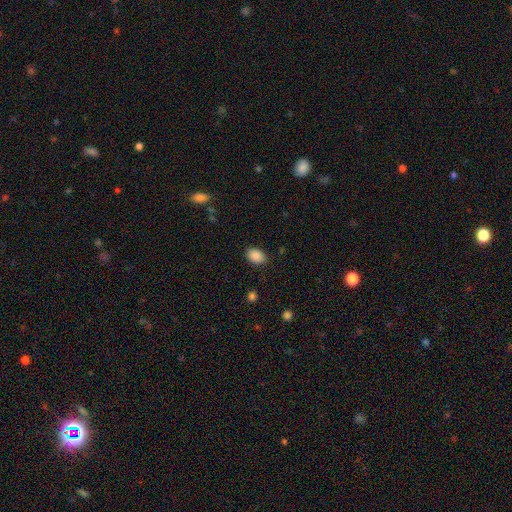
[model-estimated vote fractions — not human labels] smooth 88%, star or artifact 8%, featured or disk 4%. Down the decision tree: how rounded — in between (76%); merging — none (86%).